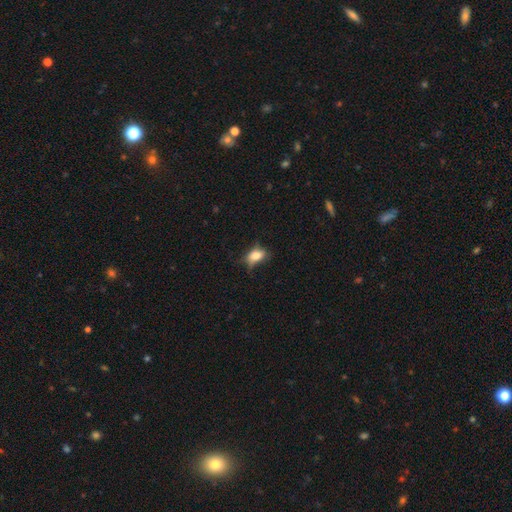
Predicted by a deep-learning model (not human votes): smooth-or-featured: smooth: 80% | featured or disk: 11% | star or artifact: 9%
  how-rounded: in between: 83% | round: 15% | cigar-shaped: 3%
  merging: none: 47% | minor disturbance: 36% | major disturbance: 15% | merger: 2%